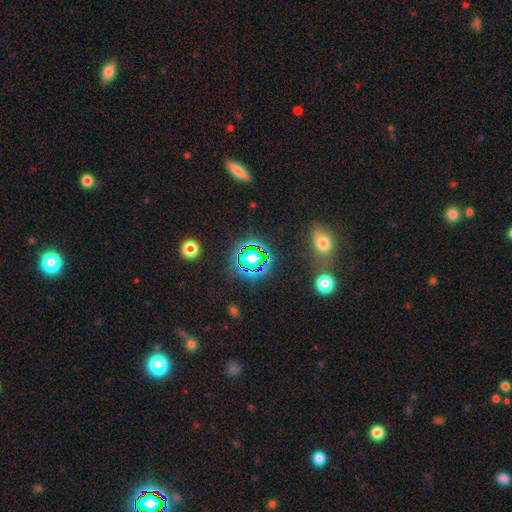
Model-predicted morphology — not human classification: This is likely a star or artifact rather than a galaxy (64%).